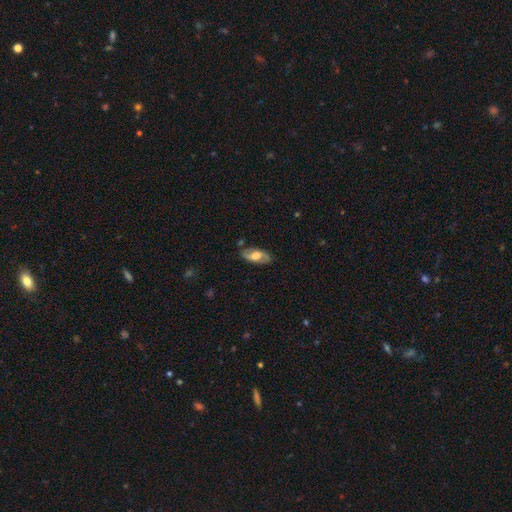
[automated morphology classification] This is possibly a featured or disk galaxy (55%). It is clearly not viewed edge-on (86%). Merging: clearly none (80%).